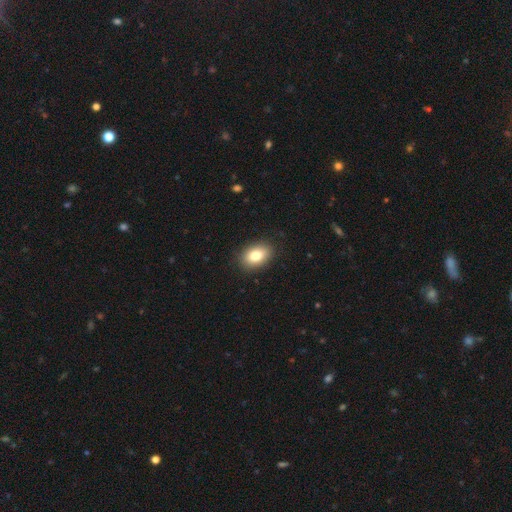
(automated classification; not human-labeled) smooth 81%, featured or disk 10%, star or artifact 9%. Down the decision tree: how rounded — in between (82%); merging — none (88%).